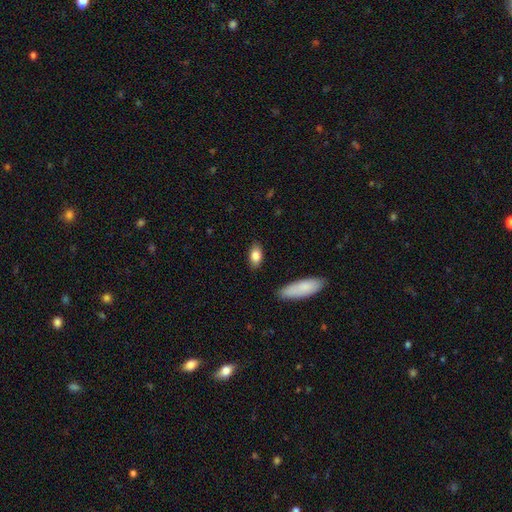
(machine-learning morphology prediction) smooth 82%, featured or disk 10%, star or artifact 7%. Down the decision tree: how rounded — in between (87%); merging — none (85%).